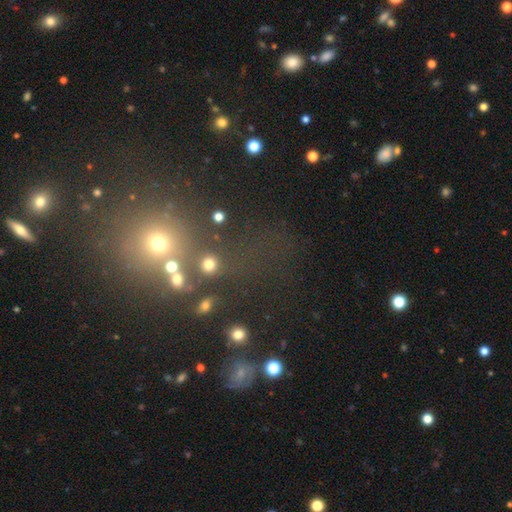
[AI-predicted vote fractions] Smooth or featured? Predicted: star or artifact (p=0.58).